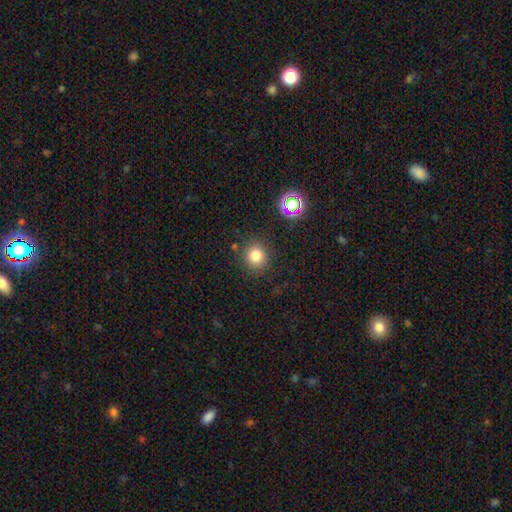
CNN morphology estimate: Q: Smooth or featured?
A: smooth (80%); runner-up: star or artifact (14%)
Q: How rounded?
A: round (88%); runner-up: in between (11%)
Q: Merging?
A: none (85%); runner-up: minor disturbance (9%)